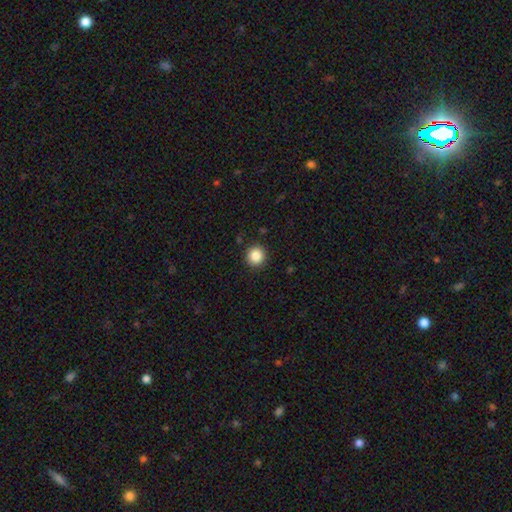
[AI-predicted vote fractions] Overall: smooth (87%). How rounded: round (95%). Merging: none (91%).